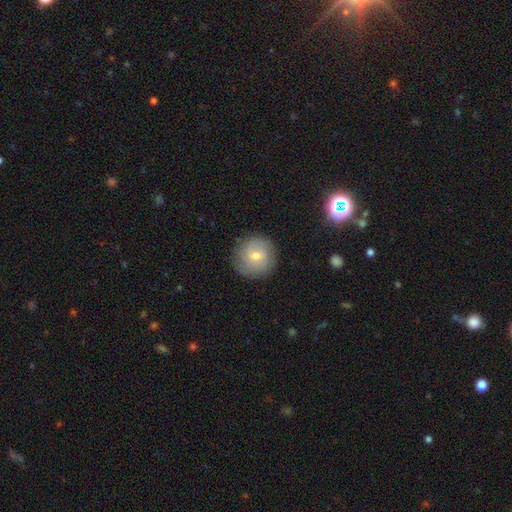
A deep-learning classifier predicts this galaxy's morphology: A smooth galaxy with no disk features (58%) that is round (93%).

Vote fractions:
- Smooth or featured? smooth: 58% / featured or disk: 32% / star or artifact: 11%
- How rounded? round: 93% / in between: 6% / cigar-shaped: 1%
- Merging? none: 86% / minor disturbance: 10% / major disturbance: 3% / merger: 1%